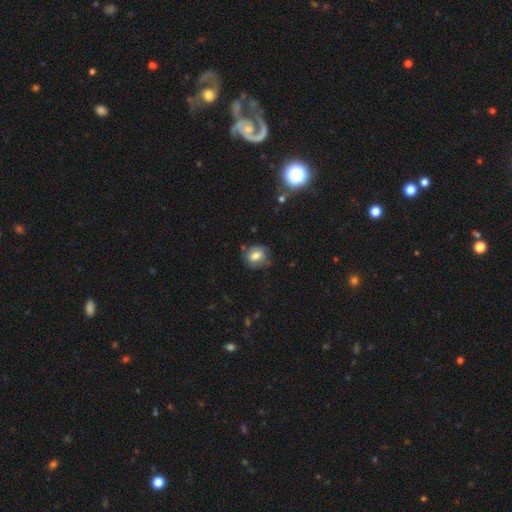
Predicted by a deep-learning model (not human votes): A smooth galaxy with no disk features (71%) that is round (57%). Merging: none (66%).